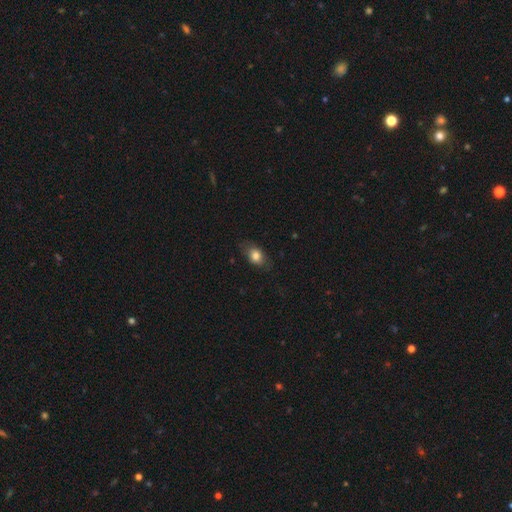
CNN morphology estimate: Smooth or featured? smooth (80%)
How rounded? in between (75%)
Merging? none (74%)